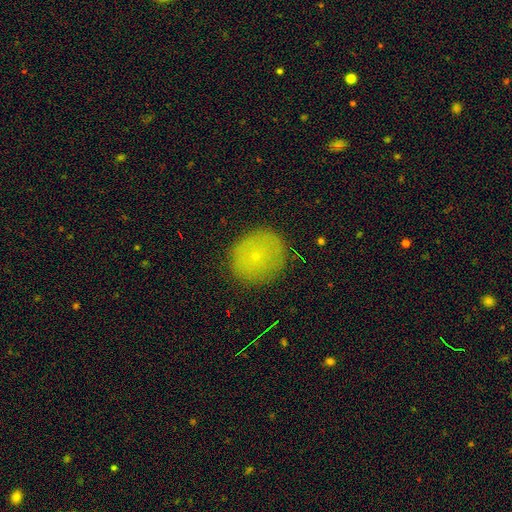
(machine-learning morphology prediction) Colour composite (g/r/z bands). It shows a smooth galaxy with no disk features (70%) that is round (88%). Merging: none (86%).